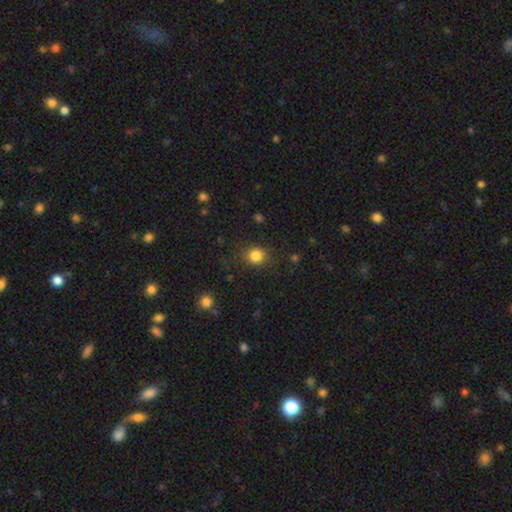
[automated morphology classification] smooth_or_featured: smooth (p=0.83) [alt: star or artifact p=0.12]
how_rounded: round (p=0.75) [alt: in between p=0.24]
merging: none (p=0.83) [alt: minor disturbance p=0.12]